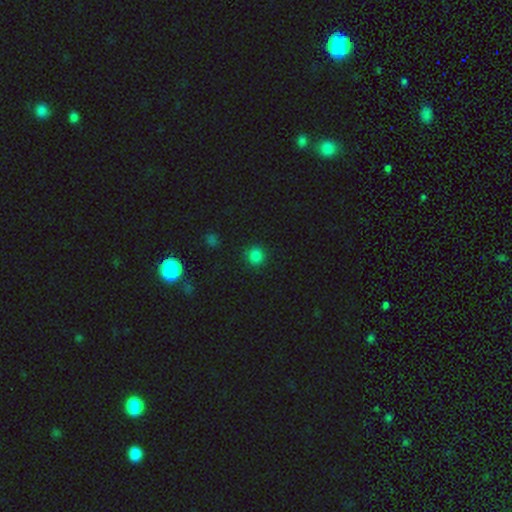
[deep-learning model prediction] smooth 82%, star or artifact 15%, featured or disk 3%. Down the decision tree: how rounded — round (90%); merging — none (89%).